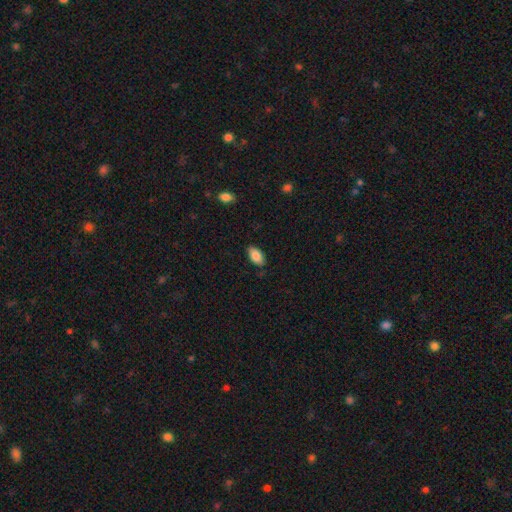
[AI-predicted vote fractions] The model was most divided on "merging": none: 84%, minor disturbance: 13%, major disturbance: 2%, merger: 1%. More confident: how rounded — in between (94%); smooth or featured — smooth (86%).